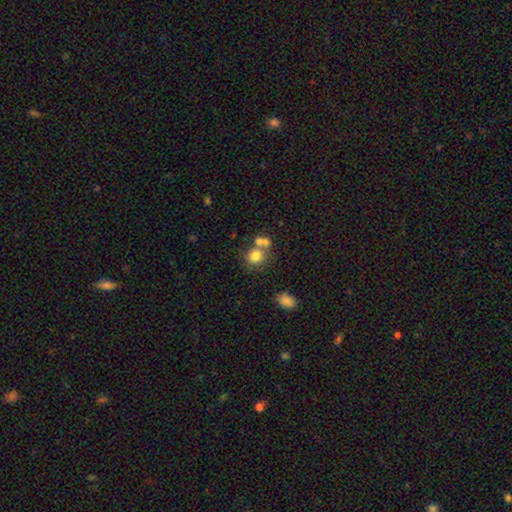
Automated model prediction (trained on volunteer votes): Q: Smooth or featured?
A: smooth (74%); runner-up: featured or disk (14%)
Q: How rounded?
A: round (81%); runner-up: in between (18%)
Q: Merging?
A: none (47%); runner-up: merger (39%)